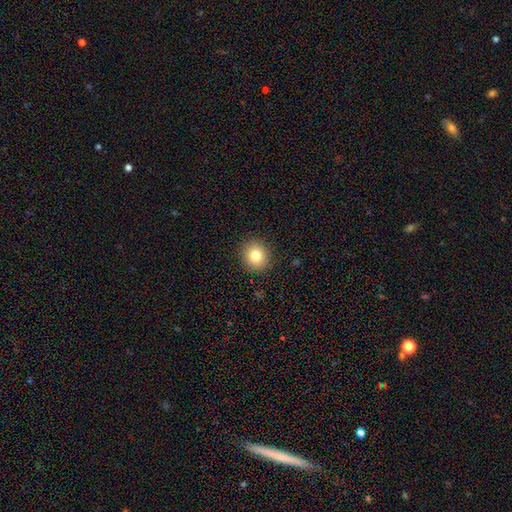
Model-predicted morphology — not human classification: This is clearly a smooth galaxy (81%). How rounded: clearly round (84%). Merging: clearly none (91%).